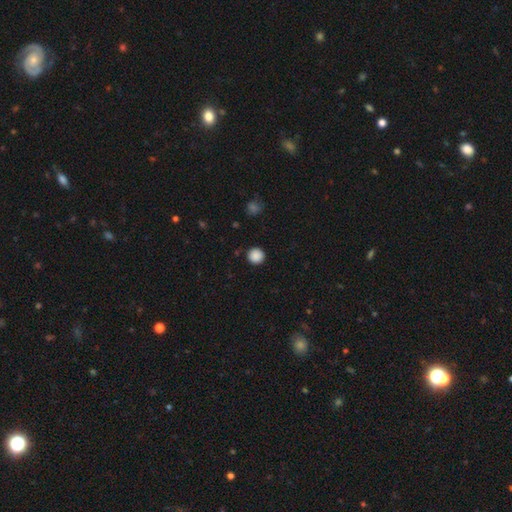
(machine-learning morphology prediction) smooth_or_featured: smooth (p=0.88) [alt: star or artifact p=0.10]
how_rounded: round (p=0.95) [alt: in between p=0.04]
merging: none (p=0.92) [alt: minor disturbance p=0.05]